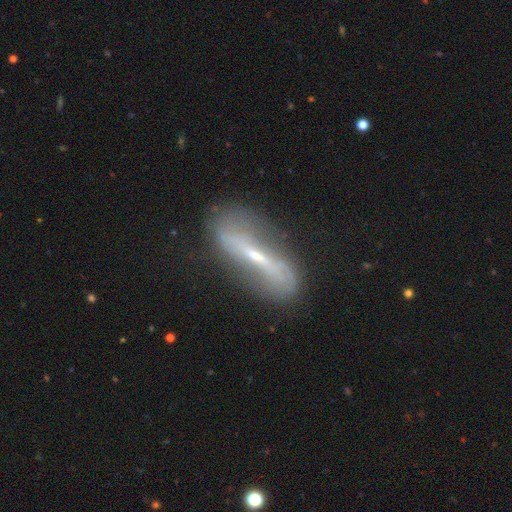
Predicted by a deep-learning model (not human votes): Q: Smooth or featured?
A: featured or disk (75%); runner-up: smooth (17%)
Q: Edge-on disk?
A: no (61%); runner-up: yes (39%)
Q: Merging?
A: none (72%); runner-up: minor disturbance (18%)